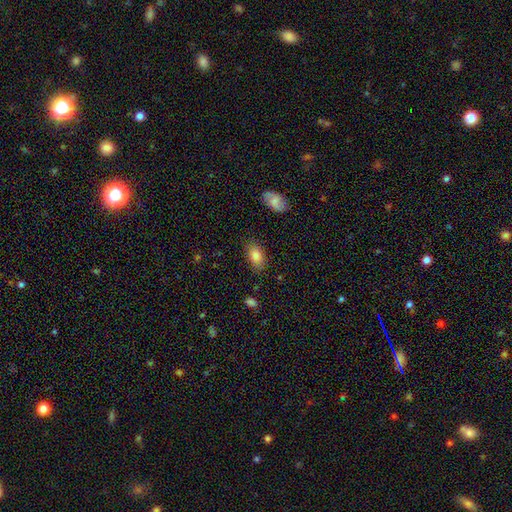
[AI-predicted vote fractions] A smooth galaxy with no disk features (83%) that is in between round and cigar-shaped (91%).

Vote fractions:
- Smooth or featured? smooth: 83% / featured or disk: 9% / star or artifact: 8%
- How rounded? in between: 91% / round: 7% / cigar-shaped: 2%
- Merging? none: 82% / minor disturbance: 14% / major disturbance: 3% / merger: 2%